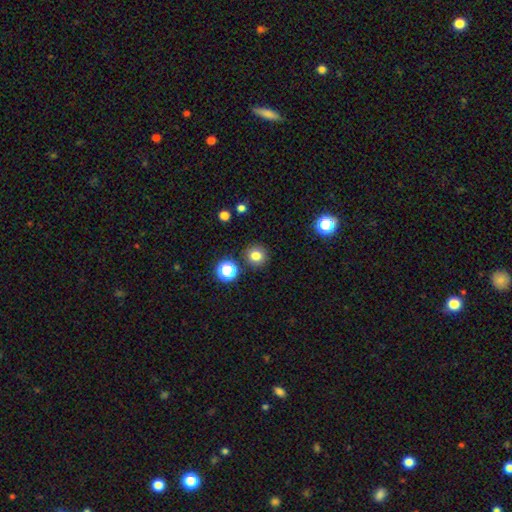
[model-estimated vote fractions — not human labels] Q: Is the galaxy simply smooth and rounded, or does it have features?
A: smooth — 80%.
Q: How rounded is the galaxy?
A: round — 92%.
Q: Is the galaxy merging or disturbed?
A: none — 88%.